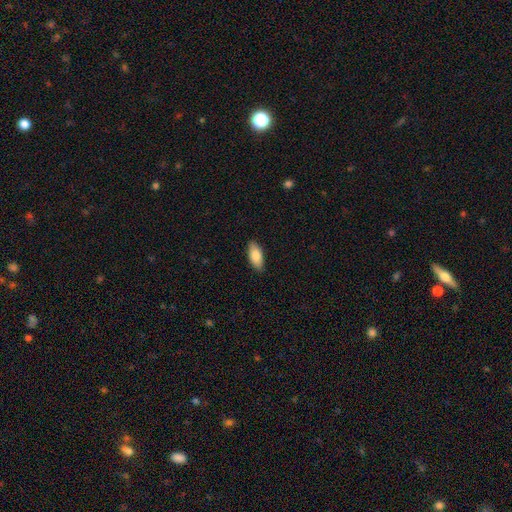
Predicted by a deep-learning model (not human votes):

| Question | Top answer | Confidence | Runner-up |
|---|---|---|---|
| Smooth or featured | smooth | 84% | featured or disk (10%) |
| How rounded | in between | 86% | cigar-shaped (11%) |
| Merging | none | 88% | minor disturbance (10%) |